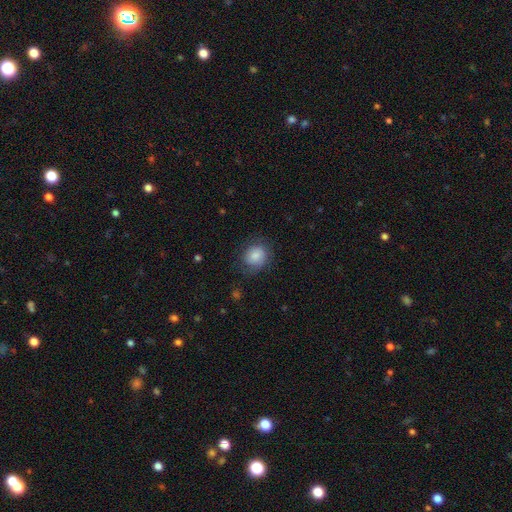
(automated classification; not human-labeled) The model was most divided on "how rounded": round: 73%, in between: 26%, cigar-shaped: 1%. More confident: smooth or featured — smooth (81%); merging — none (70%).